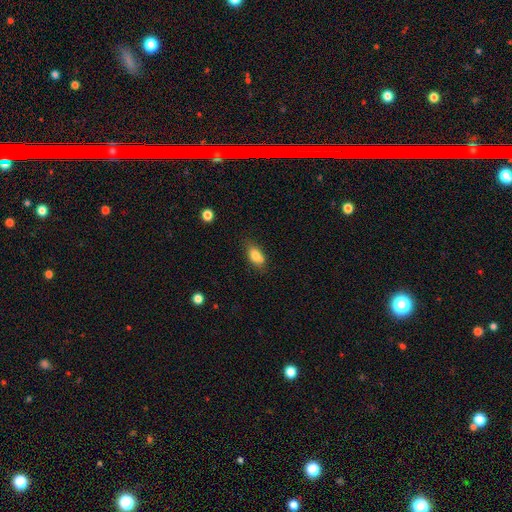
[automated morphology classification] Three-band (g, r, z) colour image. It shows a smooth galaxy with no disk features (78%) that is in between round and cigar-shaped (84%). Merging: none (59%).